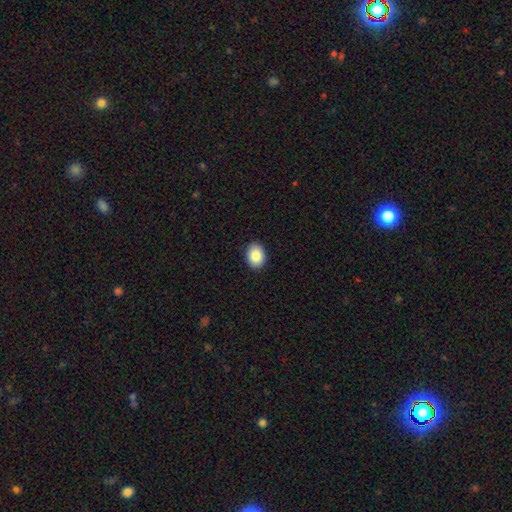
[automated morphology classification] smooth_or_featured: smooth (p=0.86) [alt: star or artifact p=0.08]
how_rounded: in between (p=0.65) [alt: round p=0.34]
merging: none (p=0.91) [alt: minor disturbance p=0.07]